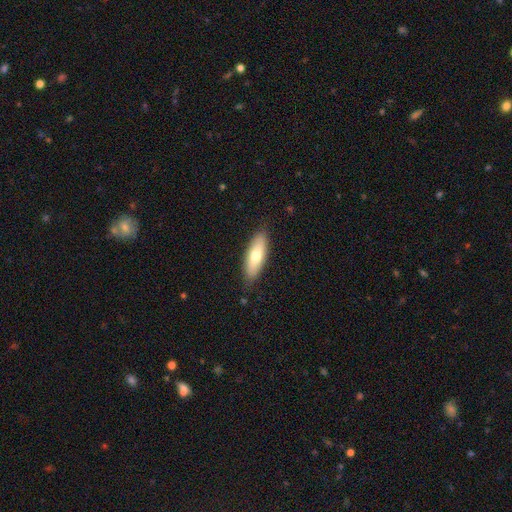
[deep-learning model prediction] Overall: smooth (70%). How rounded: in between (61%; cigar-shaped 37%). Merging: none (85%).